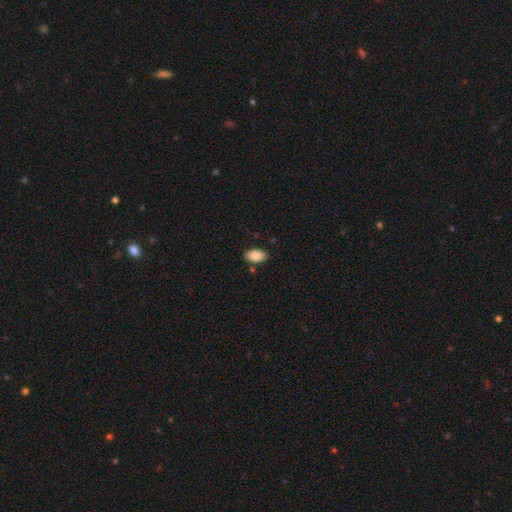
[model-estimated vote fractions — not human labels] The model was most divided on "merging": none: 85%, minor disturbance: 10%, merger: 3%, major disturbance: 2%. More confident: how rounded — in between (93%); smooth or featured — smooth (86%).